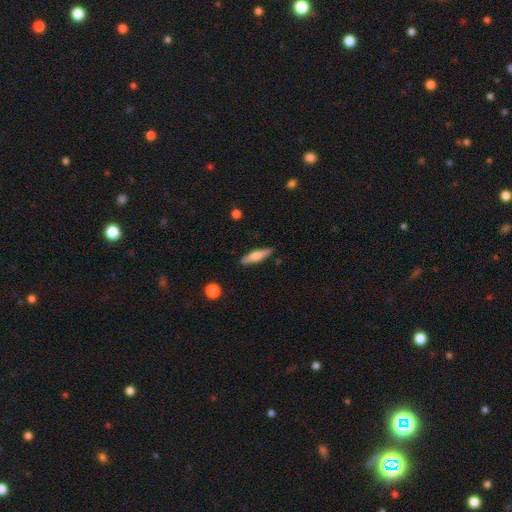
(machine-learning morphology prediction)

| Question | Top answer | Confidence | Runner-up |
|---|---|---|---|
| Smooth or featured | smooth | 49% | featured or disk (45%) |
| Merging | none | 88% | minor disturbance (9%) |